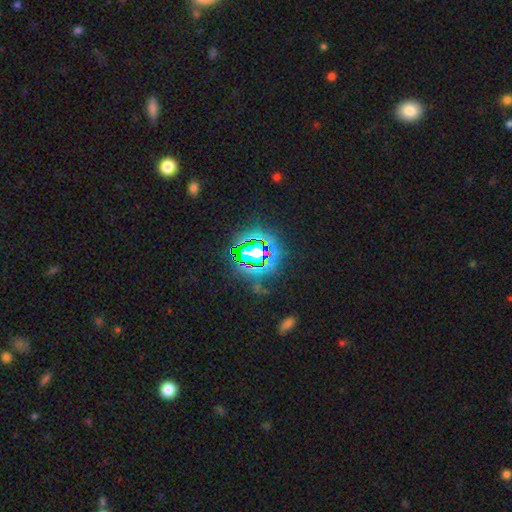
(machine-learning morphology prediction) Smooth or featured? Predicted: star or artifact (p=0.79).